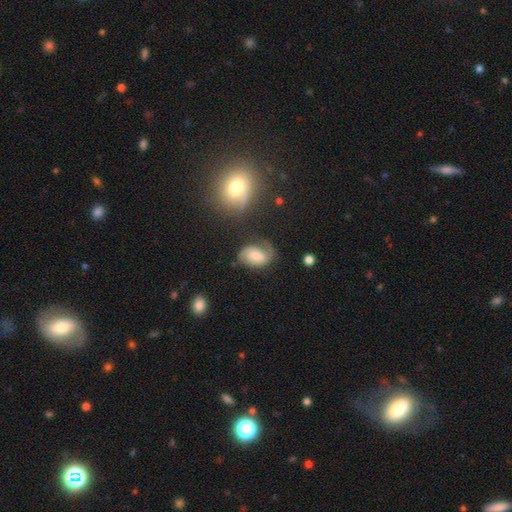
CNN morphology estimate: This appears to be a featured or disk galaxy (50%). Merging: none (55%).